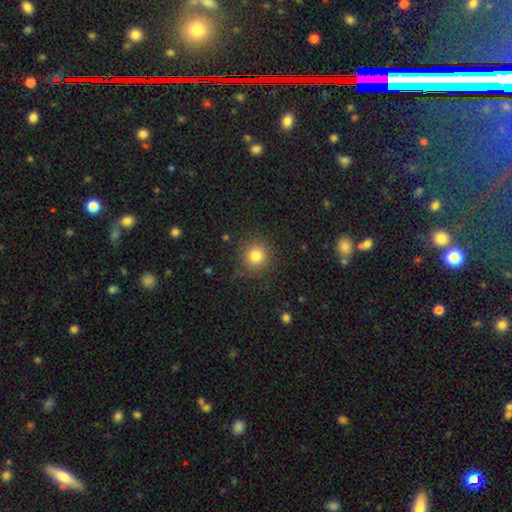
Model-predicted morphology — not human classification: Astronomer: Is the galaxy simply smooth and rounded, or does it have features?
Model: smooth — 81%.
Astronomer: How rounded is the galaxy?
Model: round — 93%.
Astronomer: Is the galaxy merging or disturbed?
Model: none — 86%.